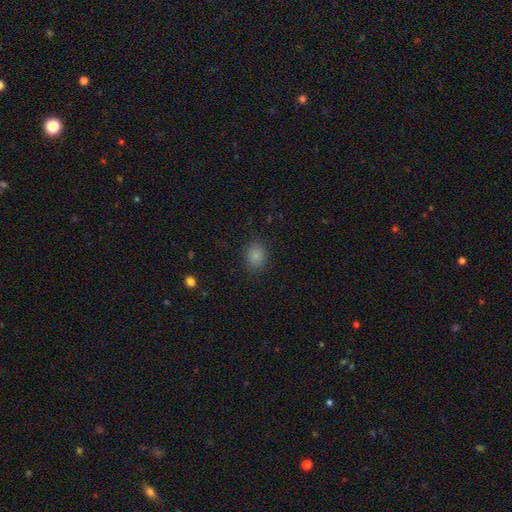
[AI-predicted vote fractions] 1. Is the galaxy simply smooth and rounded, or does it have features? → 85% smooth, 11% star or artifact, 4% featured or disk.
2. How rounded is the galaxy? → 59% round, 40% in between, 1% cigar-shaped.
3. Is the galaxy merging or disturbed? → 87% none, 9% minor disturbance, 3% major disturbance, 1% merger.